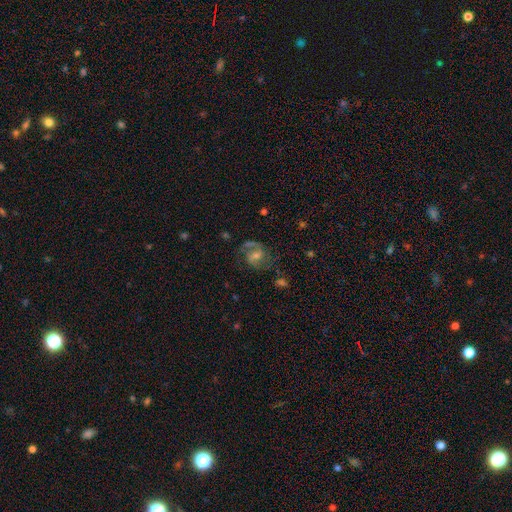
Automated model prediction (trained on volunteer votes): smooth-or-featured: featured or disk: 78% | smooth: 14% | star or artifact: 8%
  disk-edge-on: no: 98% | yes: 2%
    bar: weak: 52% | no: 30% | strong: 19%
    has-spiral-arms: yes: 94% | no: 6%
      spiral-winding: medium: 53% | loose: 30% | tight: 17%
      spiral-arm-count: 2: 80% | 1: 12% | can't tell: 5% | 3: 2% | 4: 1% | more than 4: 1%
    bulge-size: moderate: 45% | small: 44% | none: 5% | large: 4% | dominant: 1%
  merging: none: 65% | minor disturbance: 17% | major disturbance: 15% | merger: 3%